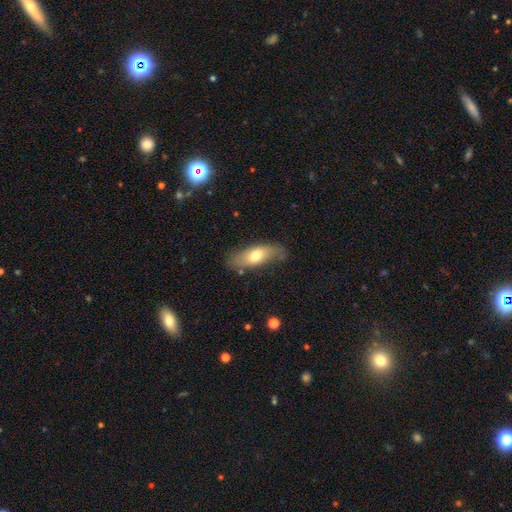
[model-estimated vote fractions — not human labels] The model was most divided on "smooth or featured": smooth: 63%, featured or disk: 31%, star or artifact: 7%. More confident: how rounded — in between (74%); merging — none (71%).